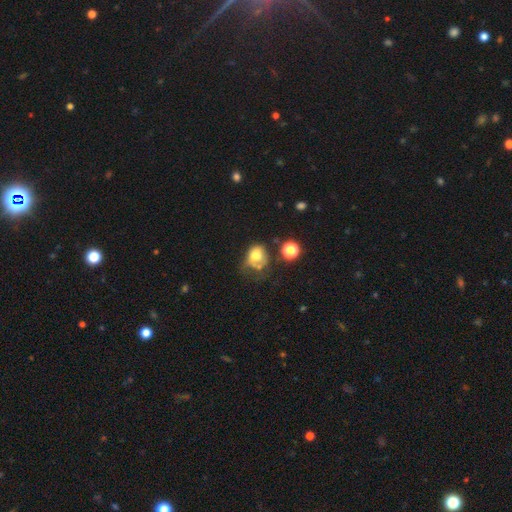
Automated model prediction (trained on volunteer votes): Smooth or featured?
  - smooth: 65% *
  - featured or disk: 22%
  - star or artifact: 13%
How rounded?
  - in between: 50% *
  - round: 49%
  - cigar-shaped: 1%
Merging?
  - none: 28% *
  - minor disturbance: 26%
  - major disturbance: 25%
  - merger: 22%